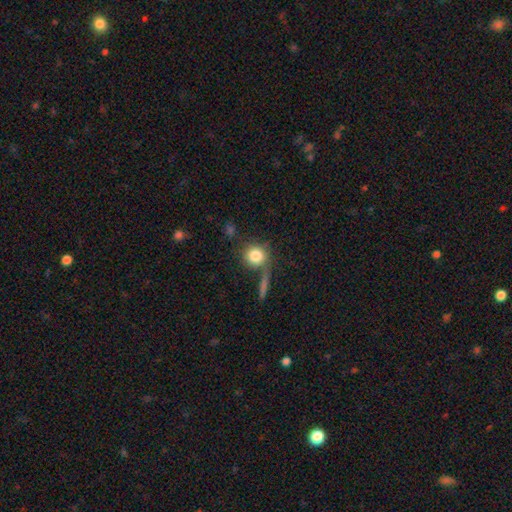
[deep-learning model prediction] smooth 82%, star or artifact 9%, featured or disk 9%. Down the decision tree: how rounded — round (90%); merging — none (65%).